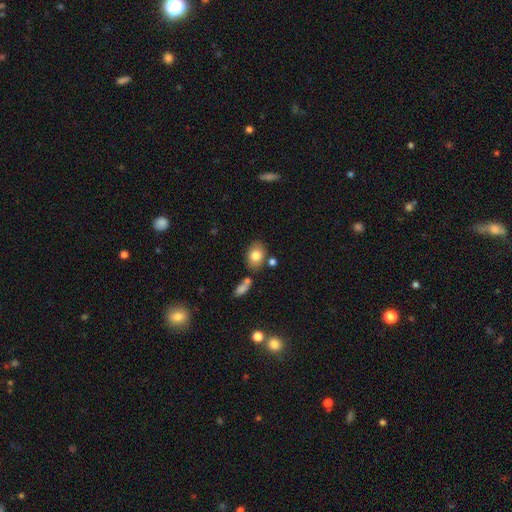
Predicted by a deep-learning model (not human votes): Morphology: type=smooth (80%); roundness=in between (71%); merging=none (72%).